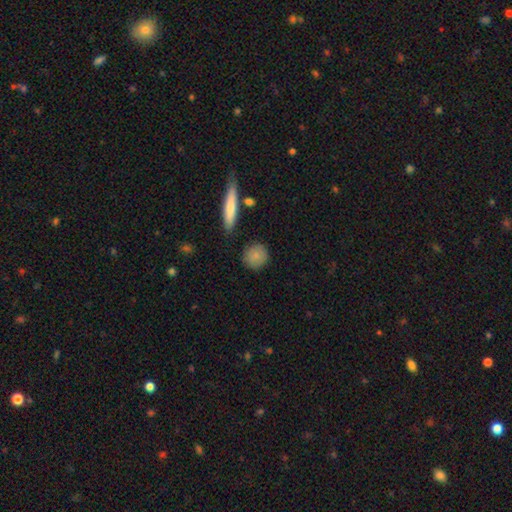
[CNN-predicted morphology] smooth-or-featured: smooth: 85% | featured or disk: 8% | star or artifact: 7%
  how-rounded: round: 86% | in between: 12% | cigar-shaped: 3%
  merging: none: 85% | minor disturbance: 10% | major disturbance: 3% | merger: 2%